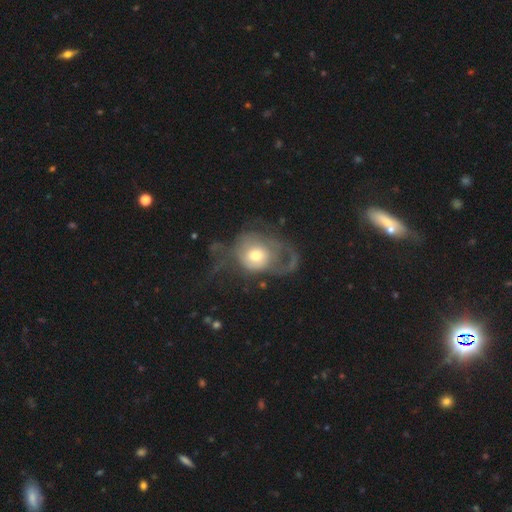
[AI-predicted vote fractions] Smooth or featured?
  - featured or disk: 46% *
  - smooth: 45%
  - star or artifact: 8%
Merging?
  - major disturbance: 63% *
  - none: 18%
  - minor disturbance: 14%
  - merger: 4%